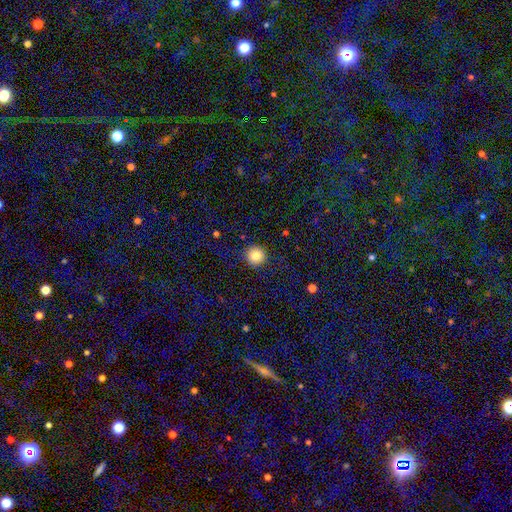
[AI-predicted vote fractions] Smooth or featured? Predicted: smooth (p=0.84). How rounded? Predicted: round (p=0.95). Merging? Predicted: none (p=0.90).